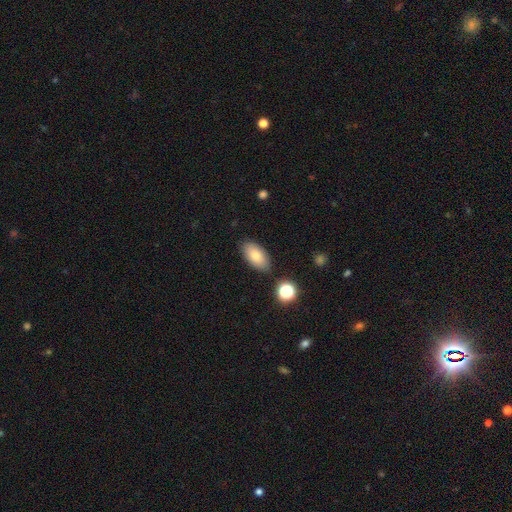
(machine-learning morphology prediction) Q: Smooth or featured?
A: smooth (81%); runner-up: featured or disk (11%)
Q: How rounded?
A: in between (94%); runner-up: round (4%)
Q: Merging?
A: none (85%); runner-up: minor disturbance (10%)